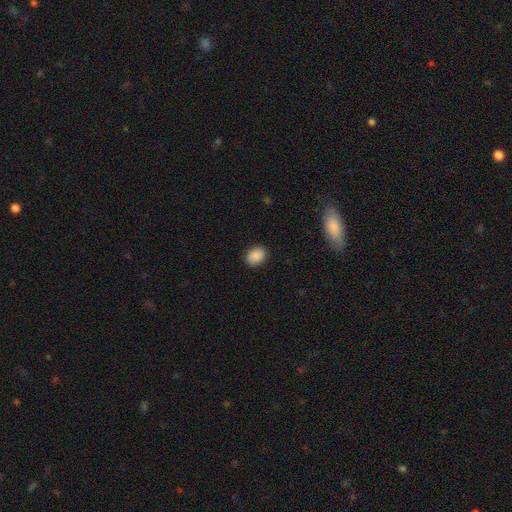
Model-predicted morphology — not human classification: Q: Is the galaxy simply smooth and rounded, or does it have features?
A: smooth — 89%.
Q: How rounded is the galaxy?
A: in between — 62%.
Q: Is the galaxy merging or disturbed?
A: none — 88%.